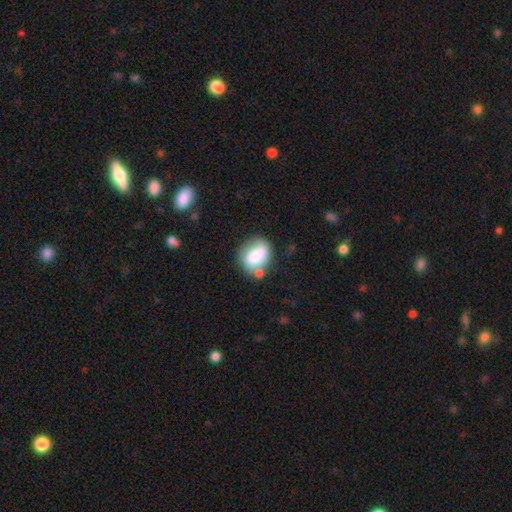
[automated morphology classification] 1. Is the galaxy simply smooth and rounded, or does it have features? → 74% smooth, 18% featured or disk, 8% star or artifact.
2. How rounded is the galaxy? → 57% in between, 41% round, 2% cigar-shaped.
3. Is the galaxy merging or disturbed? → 53% none, 20% minor disturbance, 19% merger, 8% major disturbance.